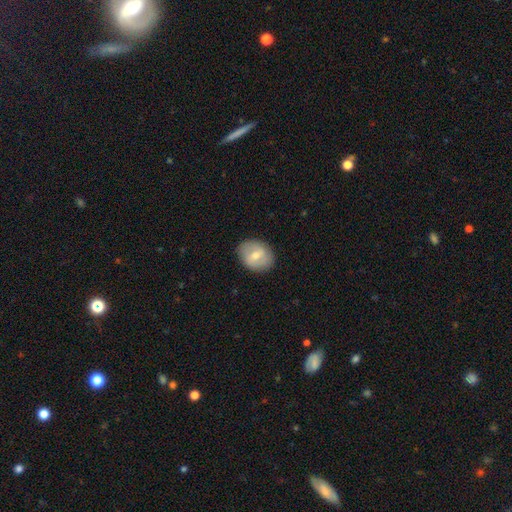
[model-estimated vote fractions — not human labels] Smooth or featured: smooth — 54% (featured or disk — 40%)
How rounded: in between — 53% (round — 45%)
Merging: none — 83% (minor disturbance — 13%)